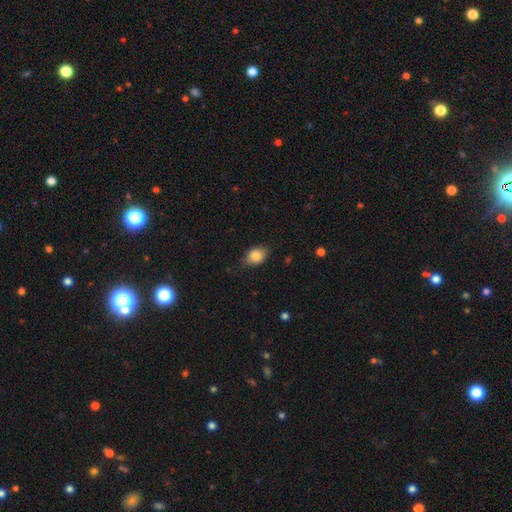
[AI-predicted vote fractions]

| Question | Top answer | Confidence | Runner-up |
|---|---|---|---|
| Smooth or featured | smooth | 82% | featured or disk (10%) |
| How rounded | in between | 76% | round (23%) |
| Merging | none | 76% | minor disturbance (20%) |